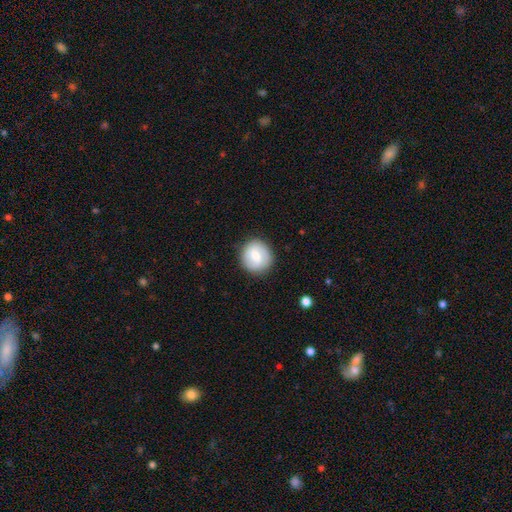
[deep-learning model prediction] Overall: smooth (64%; featured or disk 29%). How rounded: round (91%). Merging: none (87%).